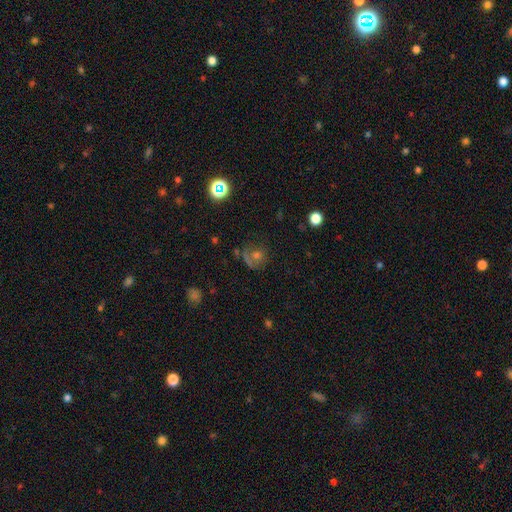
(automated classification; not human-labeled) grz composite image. It shows a smooth galaxy with no disk features (41%). Merging: none (58%).